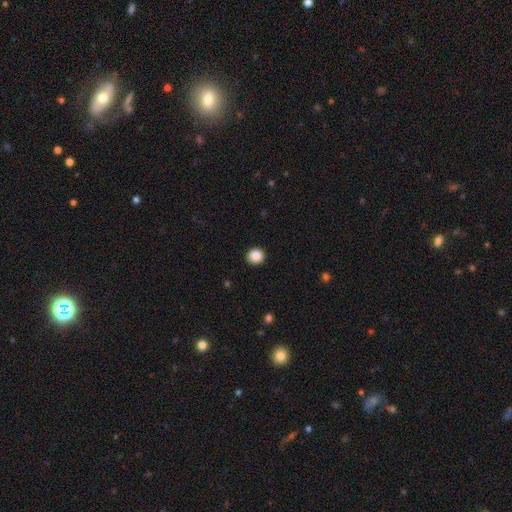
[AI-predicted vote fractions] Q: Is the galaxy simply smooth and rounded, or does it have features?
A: smooth — 88%.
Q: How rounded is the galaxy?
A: round — 91%.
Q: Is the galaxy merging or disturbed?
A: none — 92%.